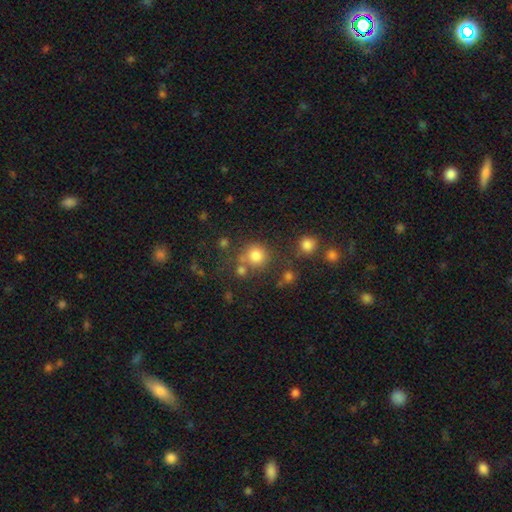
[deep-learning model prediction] Overall: smooth (79%). How rounded: round (90%). Merging: none (66%).